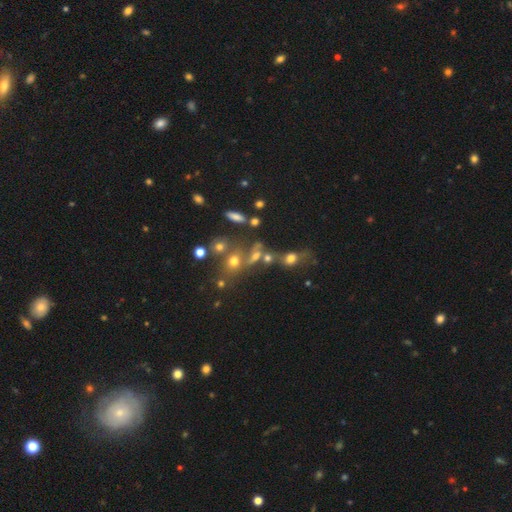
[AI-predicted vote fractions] smooth-or-featured: smooth: 53% | star or artifact: 25% | featured or disk: 22%
  how-rounded: in between: 50% | round: 41% | cigar-shaped: 10%
  merging: merger: 40% | none: 34% | major disturbance: 13% | minor disturbance: 13%